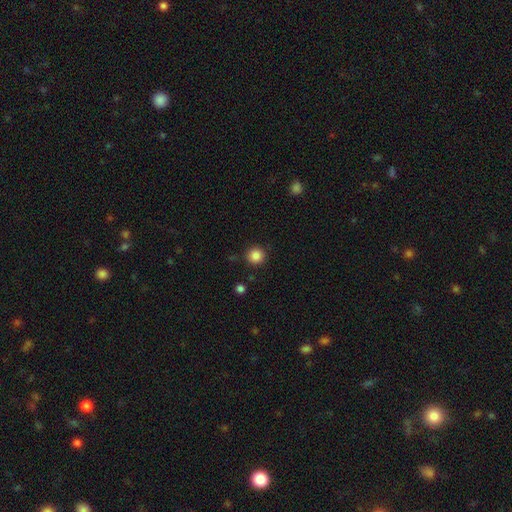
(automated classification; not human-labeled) smooth 86%, star or artifact 11%, featured or disk 3%. Down the decision tree: how rounded — round (95%); merging — none (89%).